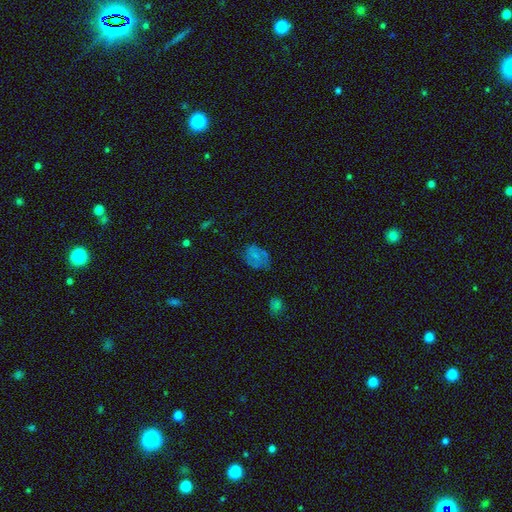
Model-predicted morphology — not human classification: Q: Smooth or featured?
A: smooth (60%); runner-up: featured or disk (24%)
Q: How rounded?
A: in between (75%); runner-up: round (24%)
Q: Merging?
A: none (62%); runner-up: minor disturbance (26%)